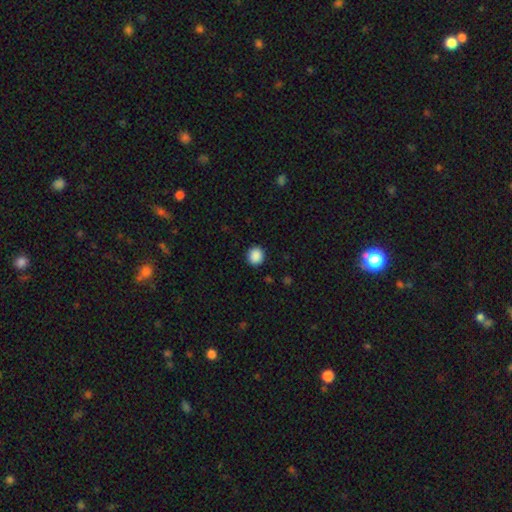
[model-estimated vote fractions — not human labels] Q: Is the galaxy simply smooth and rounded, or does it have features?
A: smooth — 89%.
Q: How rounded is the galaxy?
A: round — 83%.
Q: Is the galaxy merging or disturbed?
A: none — 91%.